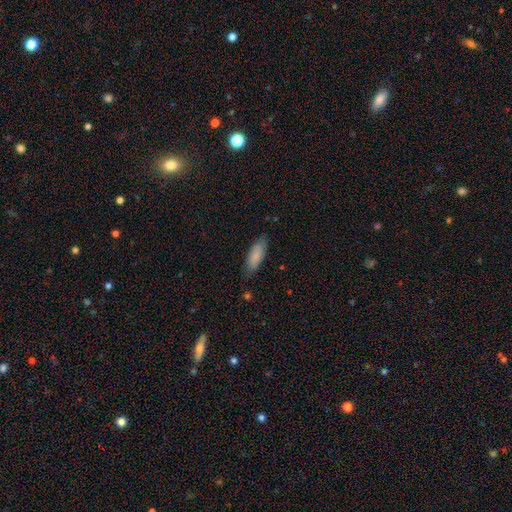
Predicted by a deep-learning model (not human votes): This appears to be a smooth galaxy with no disk features (83%) that is in between round and cigar-shaped (66%). Merging: none (77%).